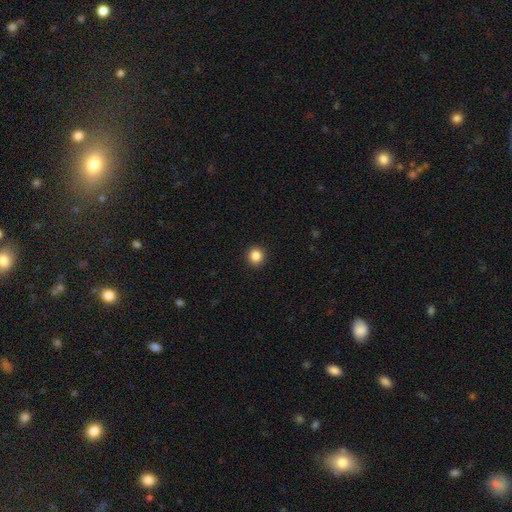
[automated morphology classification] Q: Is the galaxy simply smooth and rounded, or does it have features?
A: smooth — 85%.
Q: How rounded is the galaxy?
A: round — 94%.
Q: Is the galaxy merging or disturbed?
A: none — 93%.